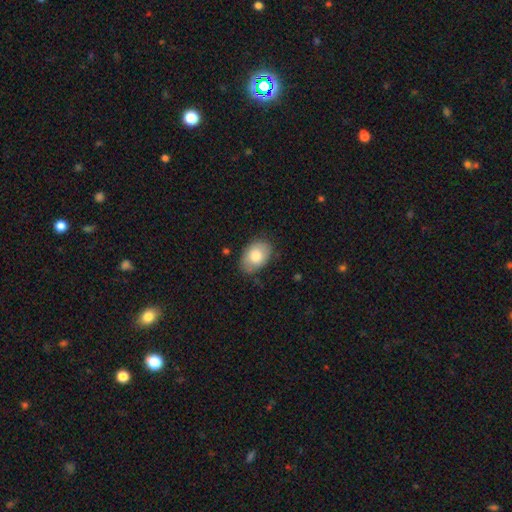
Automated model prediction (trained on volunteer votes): smooth-or-featured: smooth: 77% | featured or disk: 17% | star or artifact: 7%
  how-rounded: in between: 82% | round: 17% | cigar-shaped: 1%
  merging: none: 76% | minor disturbance: 19% | major disturbance: 4% | merger: 1%